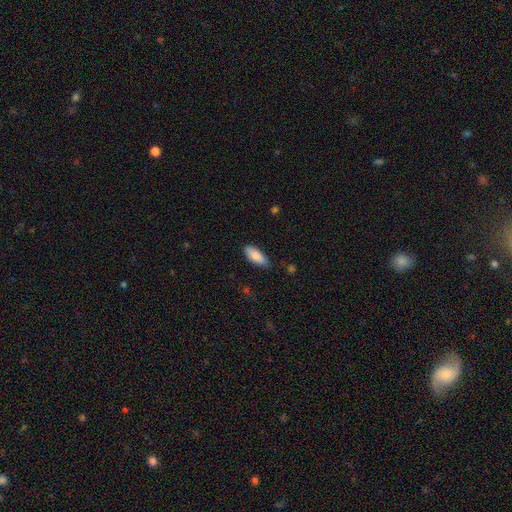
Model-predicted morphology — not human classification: smooth_or_featured: smooth (p=0.83) [alt: featured or disk p=0.10]
how_rounded: in between (p=0.83) [alt: cigar-shaped p=0.15]
merging: none (p=0.79) [alt: minor disturbance p=0.17]